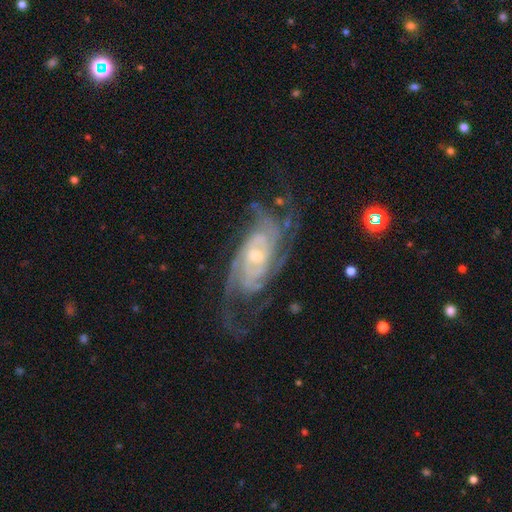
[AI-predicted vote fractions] This is clearly a featured or disk galaxy (91%). It is clearly not viewed edge-on (95%). Bar: likely no (61%). Spiral arm pattern: clearly yes (97%). Spiral arm count: marginally can't tell (24%). Spiral winding: possibly tight (58%). Central bulge: possibly small (54%). Merging: likely none (65%).